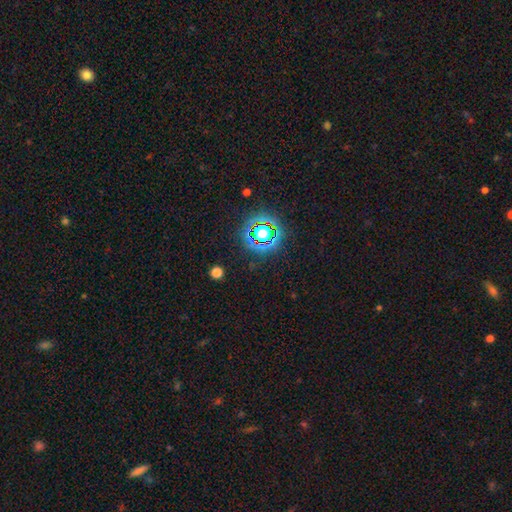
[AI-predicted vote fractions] A star or artifact, not a galaxy (80%).